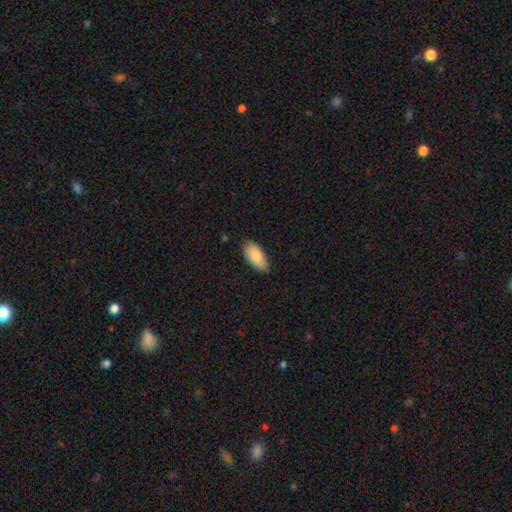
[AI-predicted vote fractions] This is clearly a smooth galaxy (85%). How rounded: clearly in between (92%). Merging: likely none (80%).